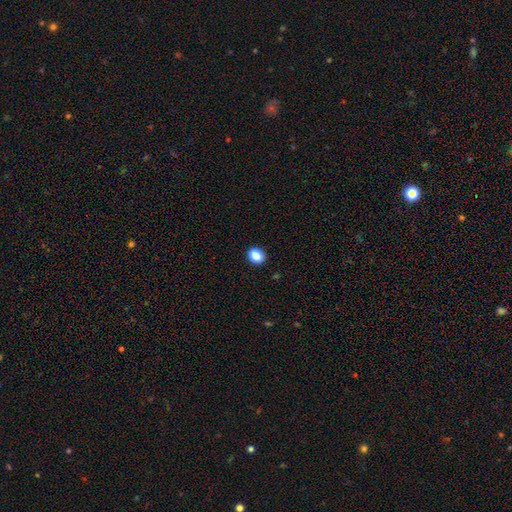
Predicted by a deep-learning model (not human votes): Morphology: type=smooth (88%); roundness=round (56%); merging=none (90%).